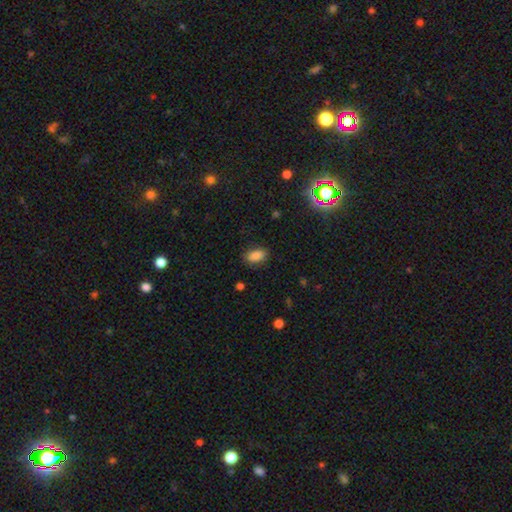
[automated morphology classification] Overall: smooth (87%). How rounded: in between (90%). Merging: none (84%).